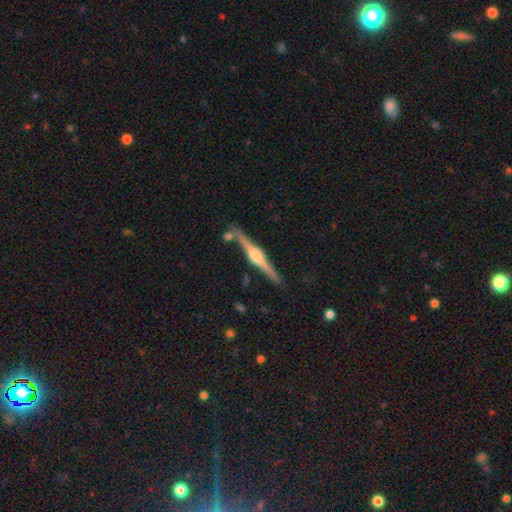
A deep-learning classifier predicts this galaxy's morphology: The model was most divided on "merging": none: 81%, minor disturbance: 11%, merger: 6%, major disturbance: 2%. More confident: edge-on disk — yes (98%); edge-on bulge — rounded (91%); smooth or featured — featured or disk (84%).